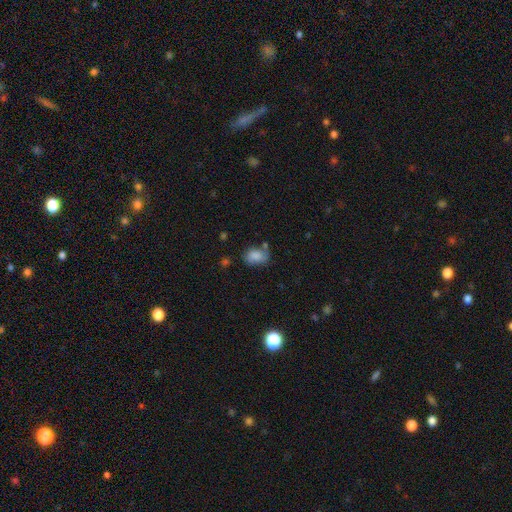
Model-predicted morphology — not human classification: Q: Smooth or featured?
A: smooth (78%); runner-up: featured or disk (11%)
Q: How rounded?
A: in between (70%); runner-up: round (29%)
Q: Merging?
A: none (49%); runner-up: minor disturbance (27%)